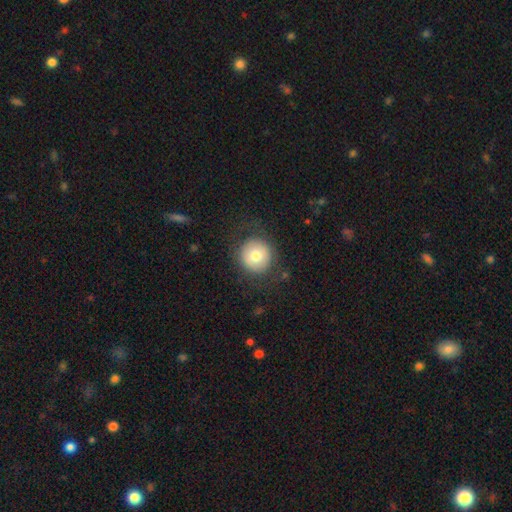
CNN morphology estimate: This appears to be a smooth galaxy with no disk features (73%) that is round (94%). Merging: none (82%).